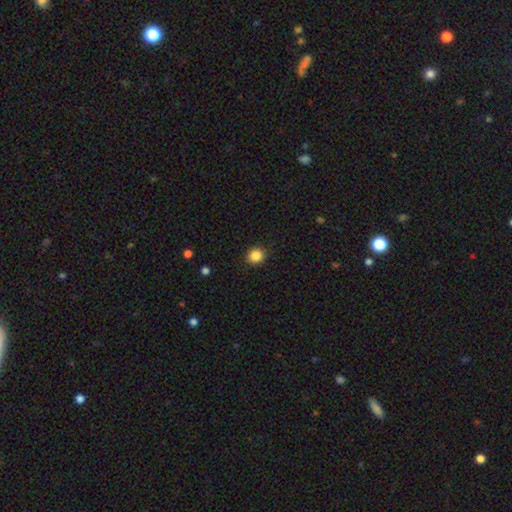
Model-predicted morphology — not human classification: This is clearly a smooth galaxy (86%). How rounded: clearly round (82%). Merging: clearly none (92%).